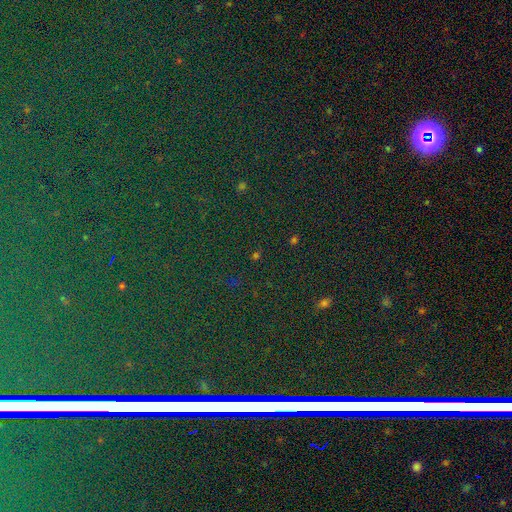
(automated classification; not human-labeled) Smooth or featured?
  - star or artifact: 70% *
  - smooth: 22%
  - featured or disk: 9%